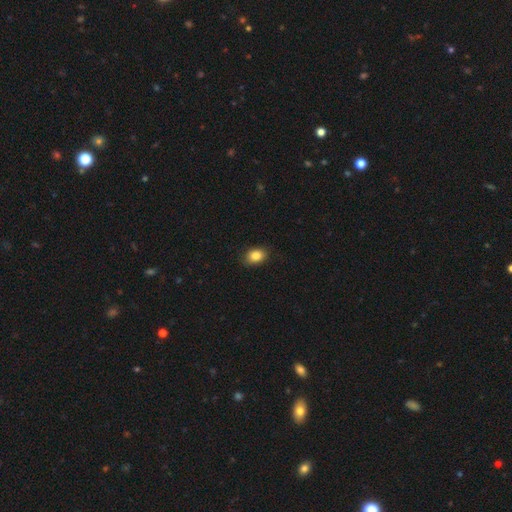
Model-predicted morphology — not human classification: This is clearly a smooth galaxy (85%). How rounded: likely in between (74%). Merging: clearly none (86%).